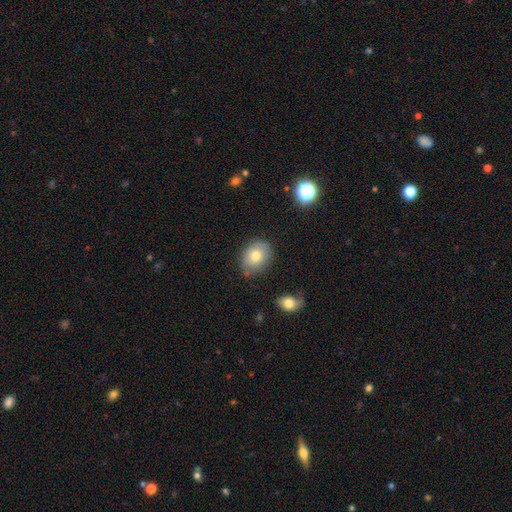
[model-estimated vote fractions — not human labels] Smooth or featured?
  - smooth: 76% *
  - featured or disk: 15%
  - star or artifact: 9%
How rounded?
  - in between: 55% *
  - round: 45%
  - cigar-shaped: 1%
Merging?
  - none: 72% *
  - minor disturbance: 20%
  - major disturbance: 4%
  - merger: 4%